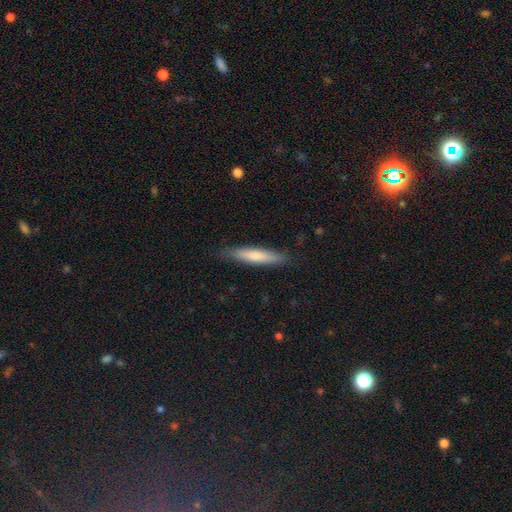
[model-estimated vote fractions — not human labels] This is likely a smooth galaxy (73%). How rounded: clearly cigar-shaped (90%). Merging: clearly none (86%).